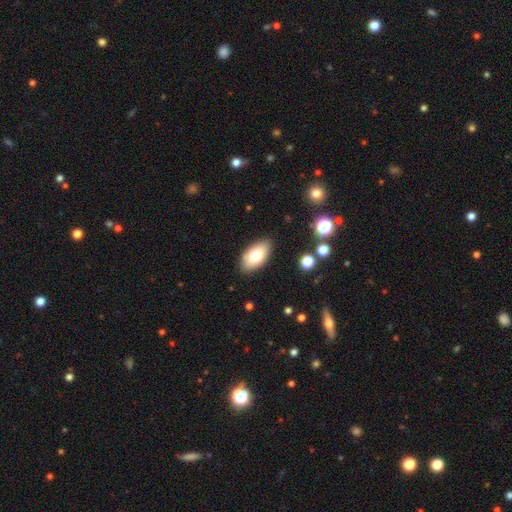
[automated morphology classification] smooth 75%, featured or disk 18%, star or artifact 7%. Down the decision tree: how rounded — in between (93%); merging — none (86%).